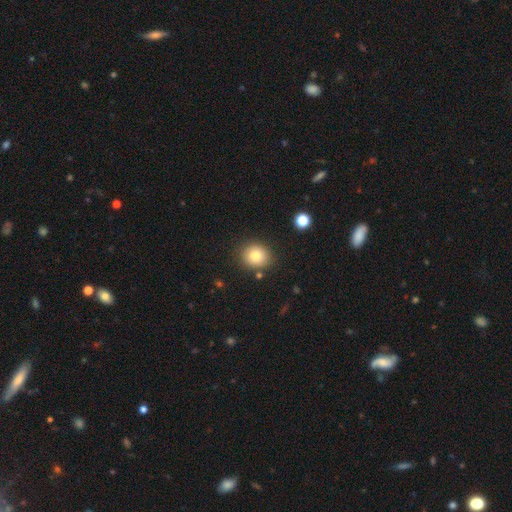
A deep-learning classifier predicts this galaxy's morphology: Q: Smooth or featured?
A: smooth (81%); runner-up: star or artifact (10%)
Q: How rounded?
A: round (76%); runner-up: in between (23%)
Q: Merging?
A: none (84%); runner-up: minor disturbance (10%)